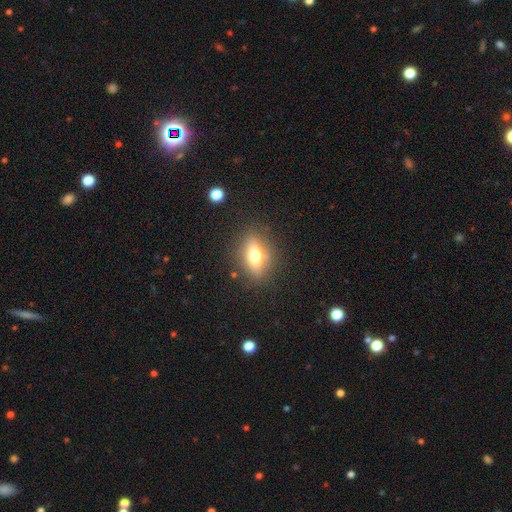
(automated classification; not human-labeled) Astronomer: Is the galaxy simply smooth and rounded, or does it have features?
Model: smooth — 62%.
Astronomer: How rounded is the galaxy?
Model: in between — 72%.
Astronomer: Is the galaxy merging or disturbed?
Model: none — 81%.